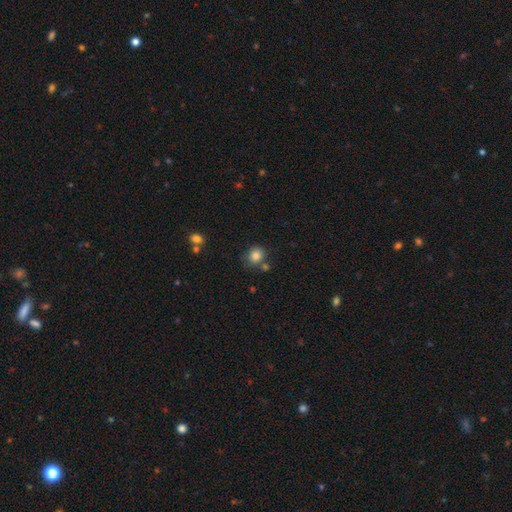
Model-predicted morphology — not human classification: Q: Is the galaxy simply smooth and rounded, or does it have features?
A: smooth — 83%.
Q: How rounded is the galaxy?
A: round — 84%.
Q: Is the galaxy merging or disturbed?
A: none — 70%.